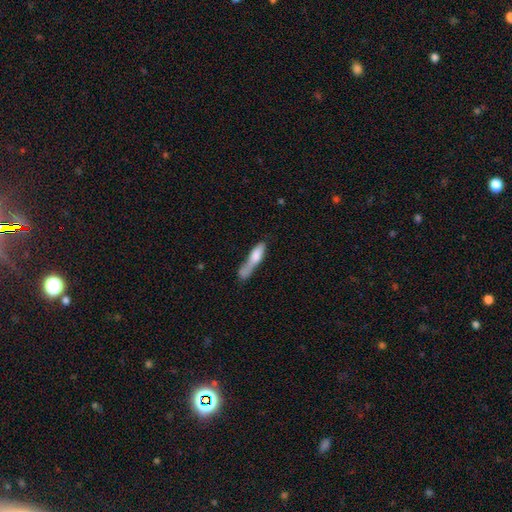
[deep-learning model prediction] Smooth or featured: smooth — 67% (featured or disk — 26%)
How rounded: cigar-shaped — 70% (in between — 27%)
Merging: merger — 35% (none — 27%)